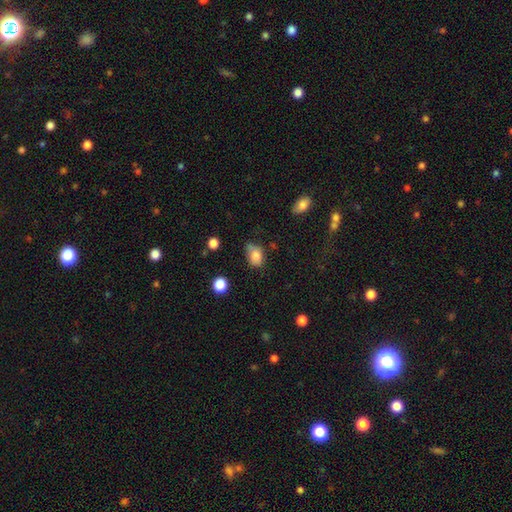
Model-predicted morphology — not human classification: smooth_or_featured: smooth (p=0.80) [alt: star or artifact p=0.10]
how_rounded: in between (p=0.76) [alt: round p=0.23]
merging: none (p=0.49) [alt: minor disturbance p=0.37]